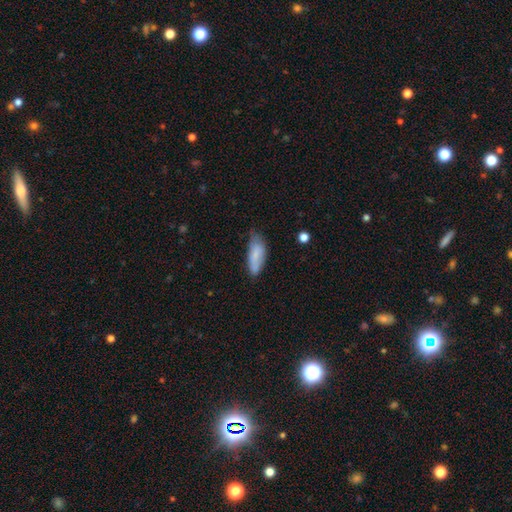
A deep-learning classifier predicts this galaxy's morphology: This is likely a smooth galaxy (79%). How rounded: likely in between (72%). Merging: possibly none (53%).